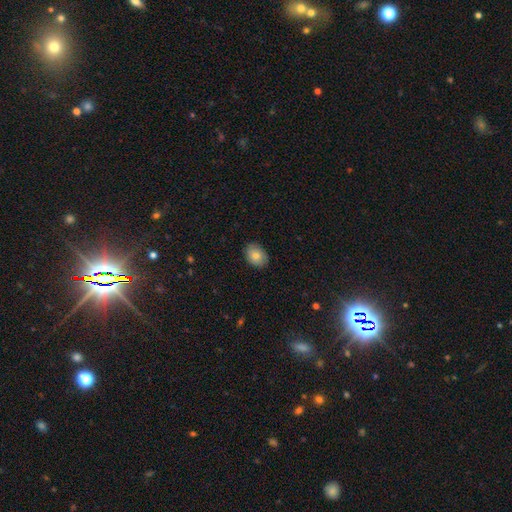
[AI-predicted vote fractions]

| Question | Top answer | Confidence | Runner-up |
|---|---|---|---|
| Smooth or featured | smooth | 82% | featured or disk (11%) |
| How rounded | in between | 73% | round (26%) |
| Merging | none | 87% | minor disturbance (10%) |